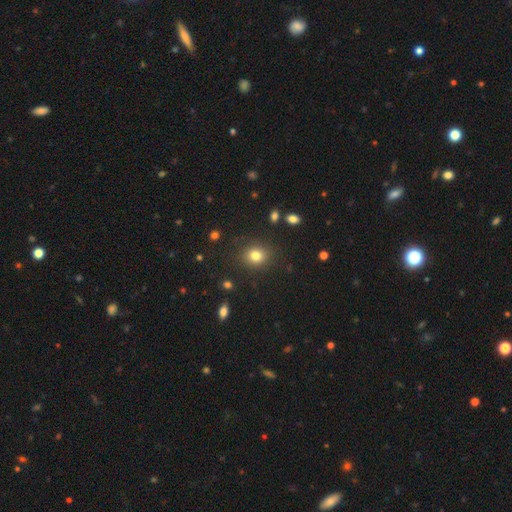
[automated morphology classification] Overall: smooth (80%). How rounded: round (70%). Merging: none (87%).